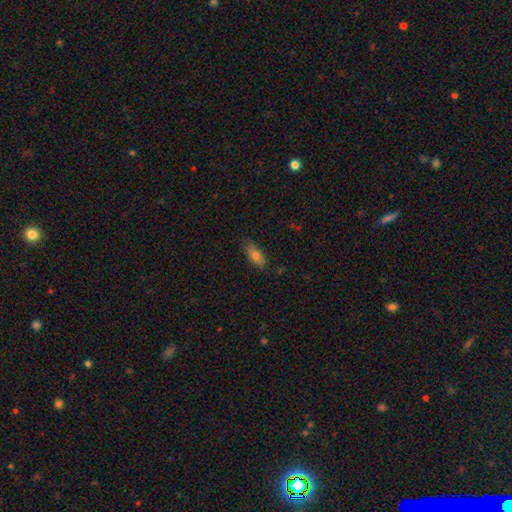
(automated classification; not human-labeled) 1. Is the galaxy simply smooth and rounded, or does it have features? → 76% smooth, 16% featured or disk, 8% star or artifact.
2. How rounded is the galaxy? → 81% in between, 16% cigar-shaped, 3% round.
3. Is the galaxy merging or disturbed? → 75% none, 20% minor disturbance, 3% major disturbance, 1% merger.